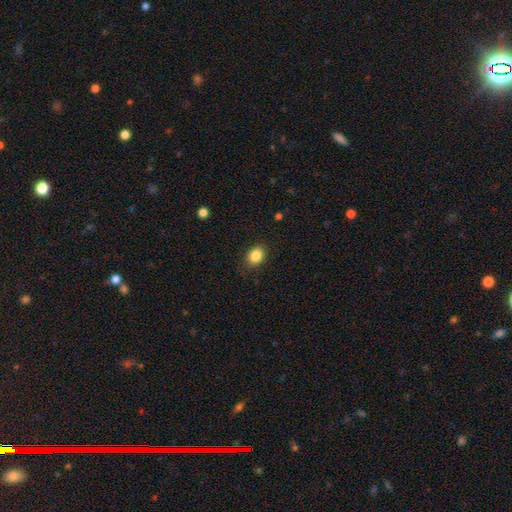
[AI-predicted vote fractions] smooth-or-featured: smooth: 86% | star or artifact: 9% | featured or disk: 5%
  how-rounded: in between: 57% | round: 42% | cigar-shaped: 1%
  merging: none: 84% | minor disturbance: 12% | major disturbance: 3% | merger: 1%